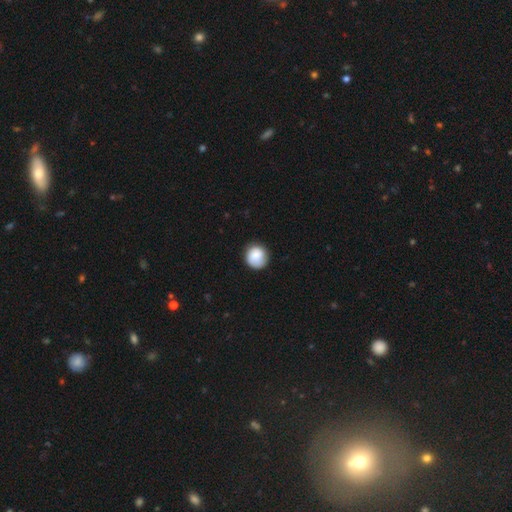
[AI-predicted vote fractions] Morphology: type=smooth (84%); roundness=round (89%); merging=none (80%).